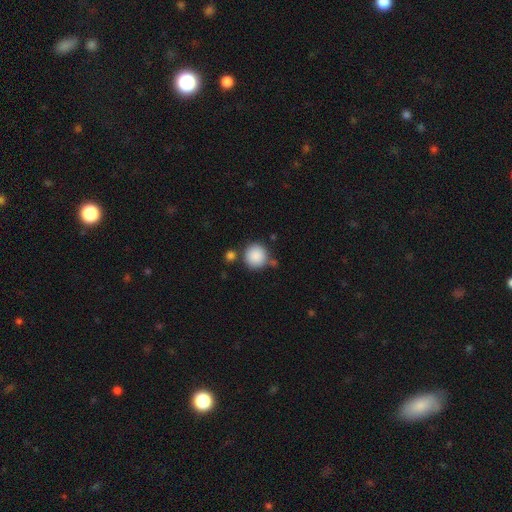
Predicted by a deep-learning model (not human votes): Morphology: type=smooth (89%); roundness=round (92%); merging=none (72%).